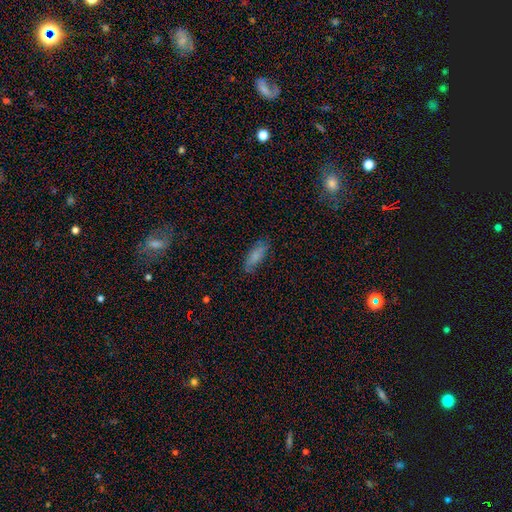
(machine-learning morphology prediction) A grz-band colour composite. It shows a smooth galaxy with no disk features (76%) that is in between round and cigar-shaped (60%). Merging: none (76%).